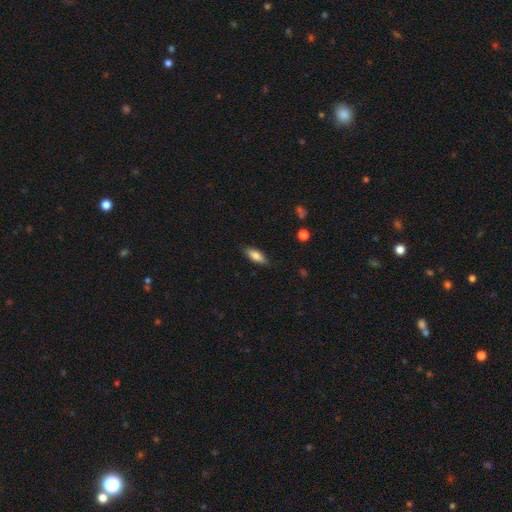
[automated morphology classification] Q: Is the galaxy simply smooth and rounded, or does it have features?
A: smooth — 81%.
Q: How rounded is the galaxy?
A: in between — 70%.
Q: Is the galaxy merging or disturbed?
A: none — 85%.